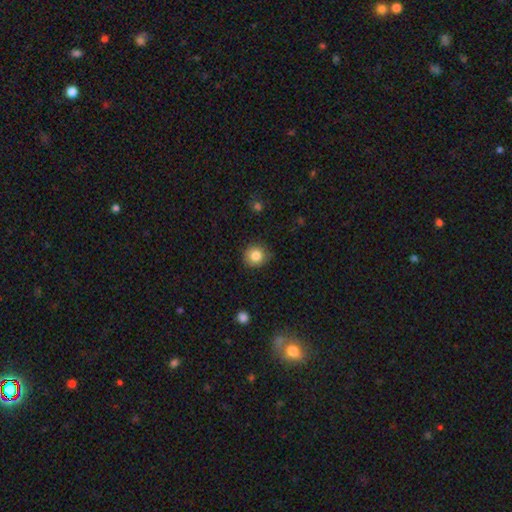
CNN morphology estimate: A smooth galaxy with no disk features (84%) that is round (90%). Merging: none (83%).